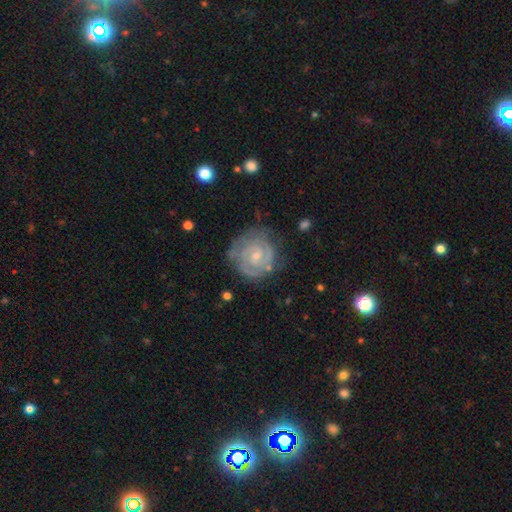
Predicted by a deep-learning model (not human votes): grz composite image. It shows a featured or disk galaxy (85%) with no bar (58%), 2 (58%) tight (75%) spiral arms (96%) and a small central bulge (70%). Merging: none (73%).